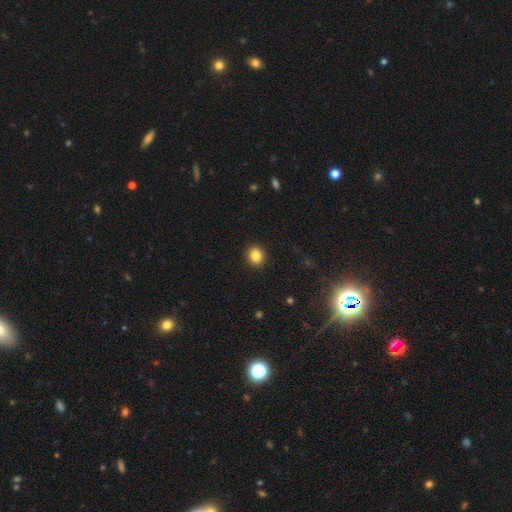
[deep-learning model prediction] A smooth galaxy with no disk features (85%) that is round (73%). Merging: none (92%).